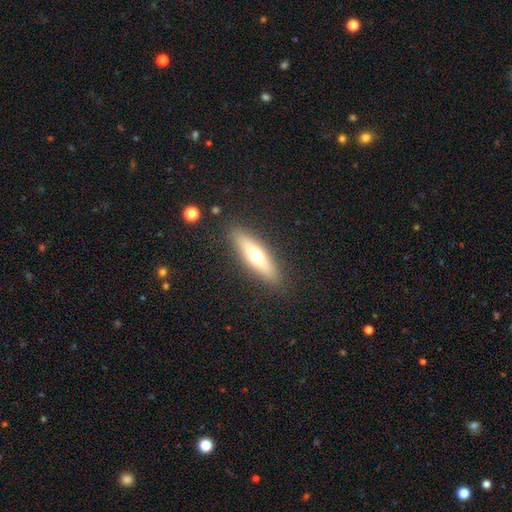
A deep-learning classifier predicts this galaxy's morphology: Smooth or featured: smooth — 53% (featured or disk — 40%)
How rounded: cigar-shaped — 68% (in between — 30%)
Merging: none — 88% (minor disturbance — 9%)